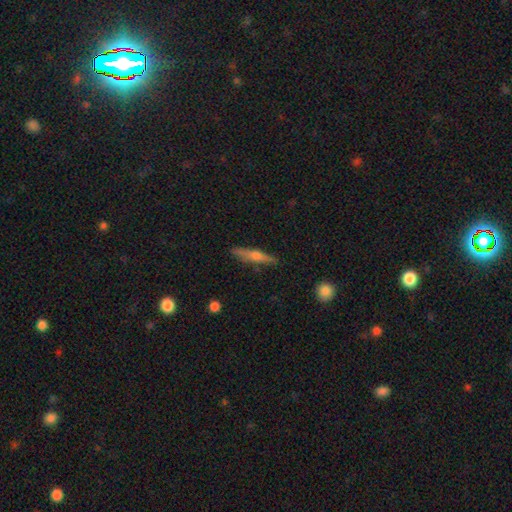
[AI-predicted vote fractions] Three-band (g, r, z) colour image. It shows a featured or disk galaxy (57%) viewed edge-on (96%) with a rounded central bulge (80%). Merging: none (88%).